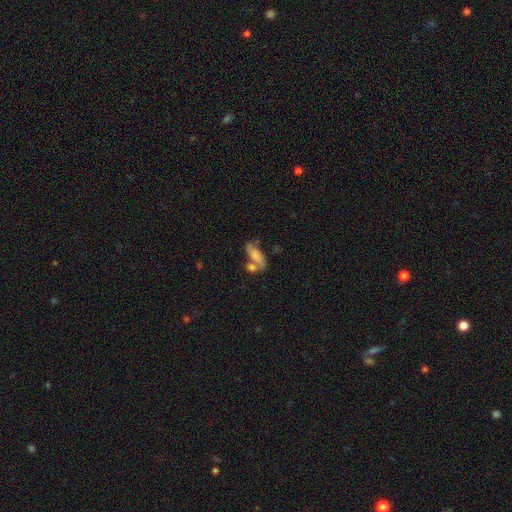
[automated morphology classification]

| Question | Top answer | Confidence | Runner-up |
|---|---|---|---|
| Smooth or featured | smooth | 63% | featured or disk (28%) |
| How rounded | in between | 76% | cigar-shaped (20%) |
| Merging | merger | 40% | none (35%) |